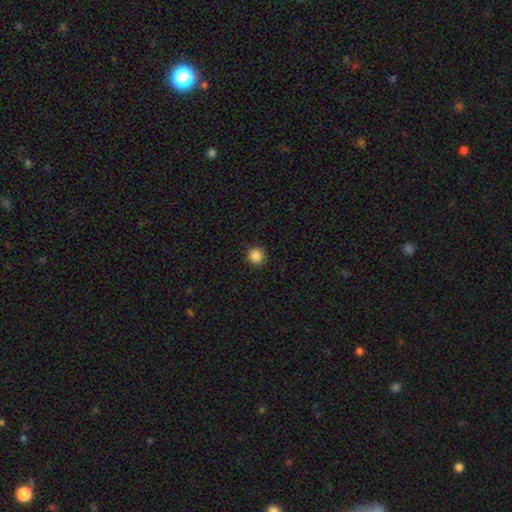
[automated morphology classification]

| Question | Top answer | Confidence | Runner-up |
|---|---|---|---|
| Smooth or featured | smooth | 87% | star or artifact (10%) |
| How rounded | round | 95% | in between (4%) |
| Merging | none | 92% | minor disturbance (5%) |